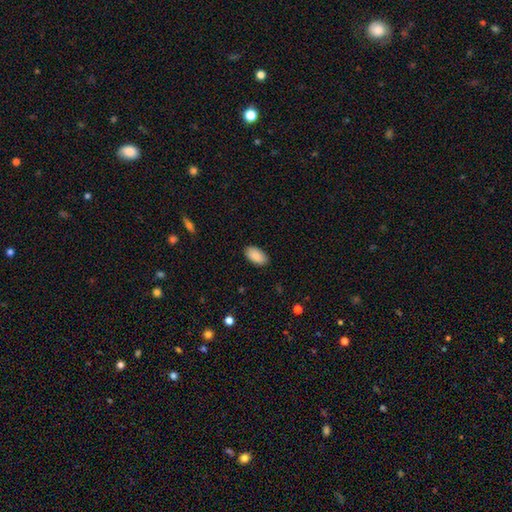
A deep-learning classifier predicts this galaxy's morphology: Smooth or featured? smooth (90%)
How rounded? in between (96%)
Merging? none (89%)